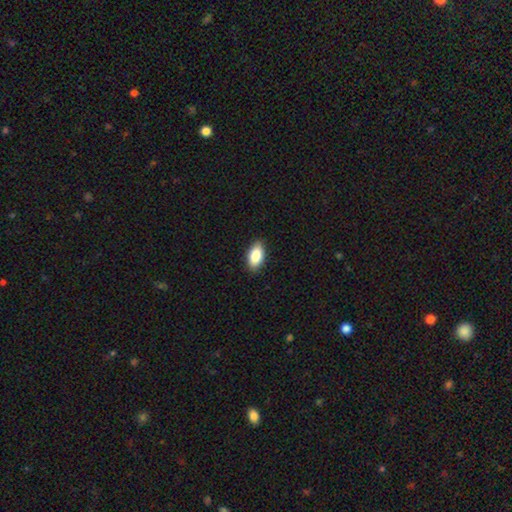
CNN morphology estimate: A smooth galaxy with no disk features (87%) that is in between round and cigar-shaped (93%). Merging: none (88%).